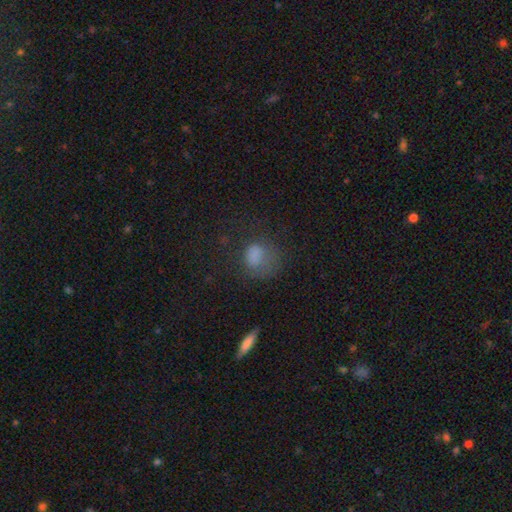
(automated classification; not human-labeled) Smooth or featured? smooth (71%)
How rounded? round (61%)
Merging? none (41%)